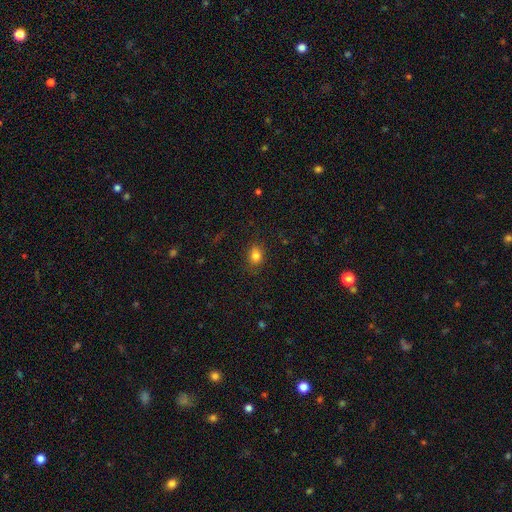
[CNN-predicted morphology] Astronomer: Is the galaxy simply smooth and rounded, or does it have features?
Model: smooth — 81%.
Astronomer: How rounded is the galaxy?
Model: round — 54% (runner-up: in between, 45%).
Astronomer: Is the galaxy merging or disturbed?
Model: none — 83%.